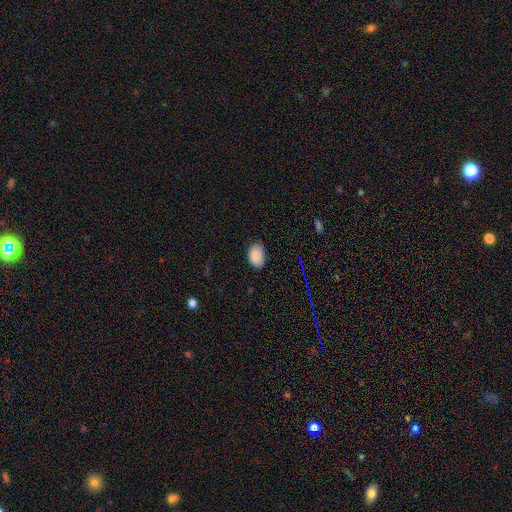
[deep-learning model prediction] Morphology: type=smooth (86%); roundness=in between (82%); merging=none (71%).